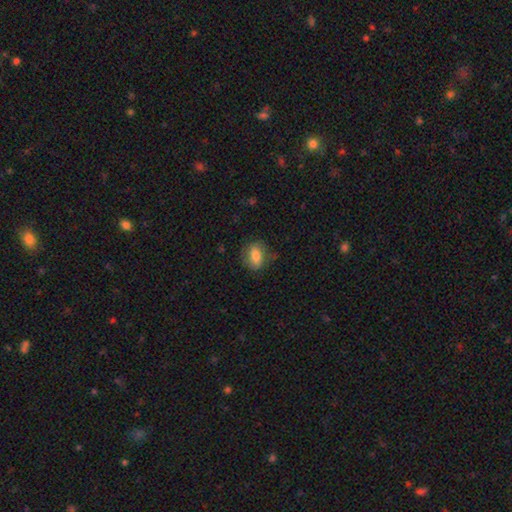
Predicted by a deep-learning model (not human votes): This is likely a smooth galaxy (72%). How rounded: likely in between (74%). Merging: likely none (70%).